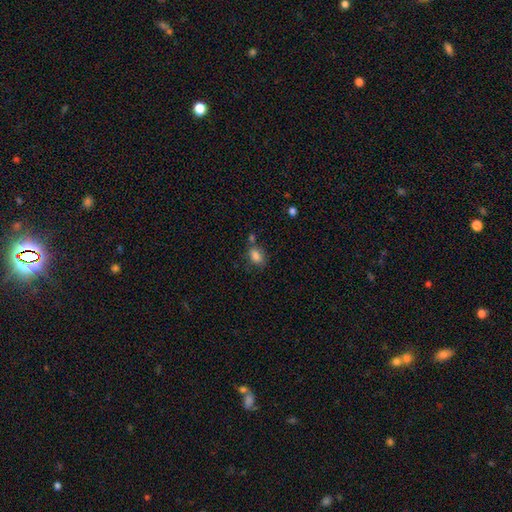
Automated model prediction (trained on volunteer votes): This appears to be a smooth galaxy with no disk features (83%) that is in between round and cigar-shaped (77%). Merging: none (62%).